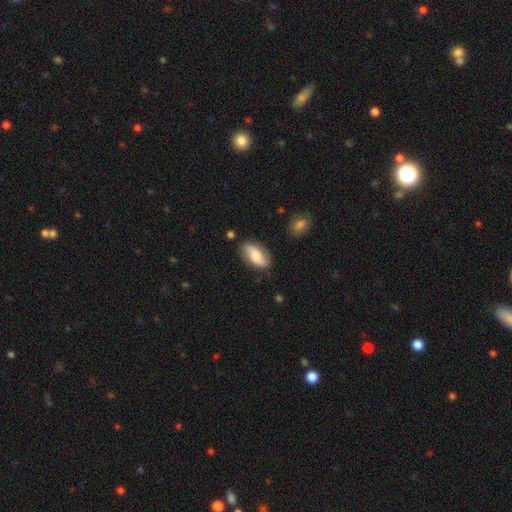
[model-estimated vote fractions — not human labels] Smooth or featured? Predicted: smooth (p=0.60). How rounded? Predicted: in between (p=0.91). Merging? Predicted: none (p=0.79).